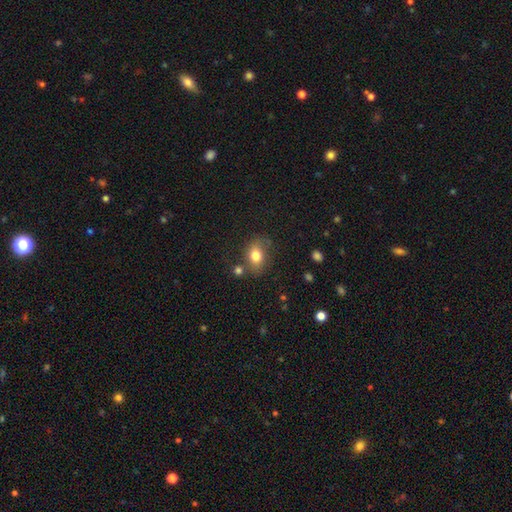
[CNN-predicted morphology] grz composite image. It shows a smooth galaxy with no disk features (77%) that is in between round and cigar-shaped (65%). Merging: none (67%).